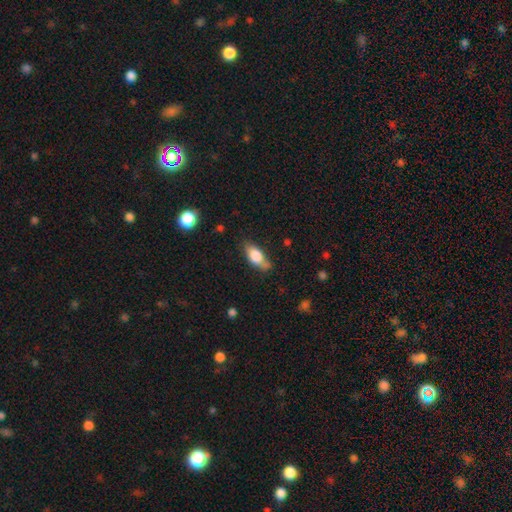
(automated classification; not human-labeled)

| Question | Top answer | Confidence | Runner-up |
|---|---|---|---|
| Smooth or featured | smooth | 73% | featured or disk (19%) |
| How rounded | in between | 81% | cigar-shaped (15%) |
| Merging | none | 65% | minor disturbance (25%) |